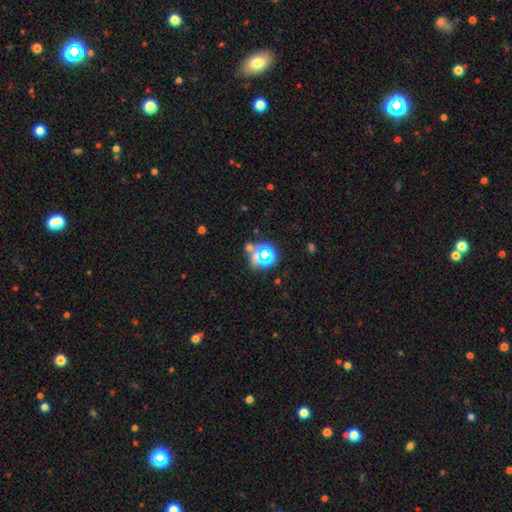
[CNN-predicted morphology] Smooth or featured? Predicted: star or artifact (p=0.55).